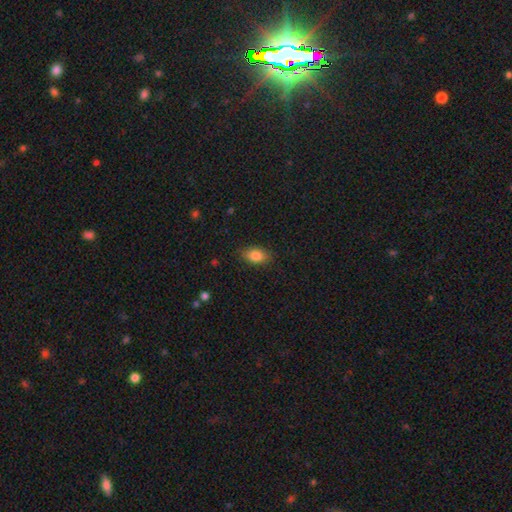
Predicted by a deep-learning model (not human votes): Smooth or featured? smooth (83%)
How rounded? in between (87%)
Merging? none (85%)